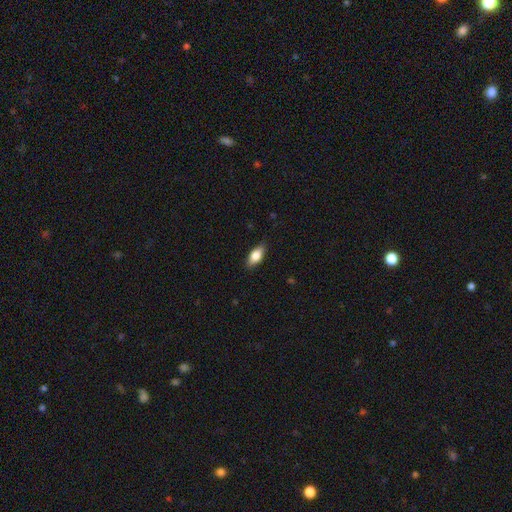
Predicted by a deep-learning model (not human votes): smooth 76%, featured or disk 17%, star or artifact 7%. Down the decision tree: how rounded — in between (85%); merging — none (86%).